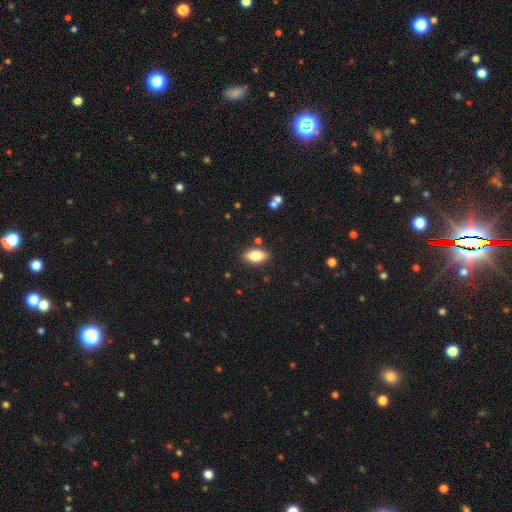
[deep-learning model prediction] This appears to be a smooth galaxy with no disk features (80%) that is in between round and cigar-shaped (89%). Merging: none (84%).